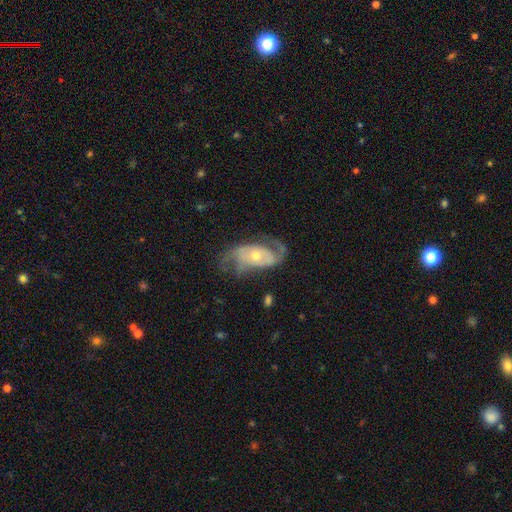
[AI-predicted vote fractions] This is likely a featured or disk galaxy (79%). It is clearly not viewed edge-on (94%). Bar: likely no (69%). Spiral arm pattern: clearly yes (88%). Spiral arm count: likely 2 (73%). Spiral winding: marginally medium (41%). Central bulge: possibly moderate (52%). Merging: possibly none (54%).